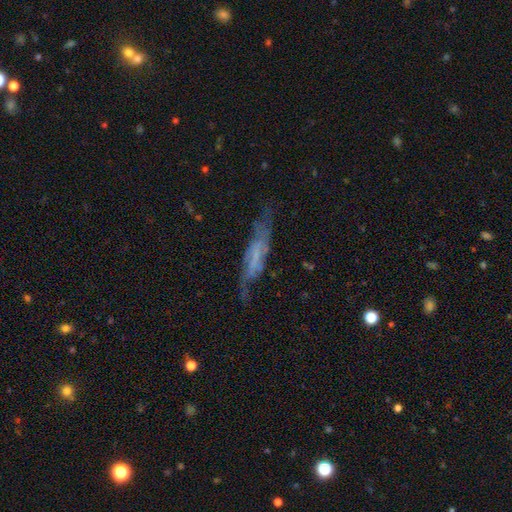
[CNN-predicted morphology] Overall: featured or disk (60%; smooth 29%). Edge-on disk: yes (51%; no 49%). Merging: none (54%; minor disturbance 26%).